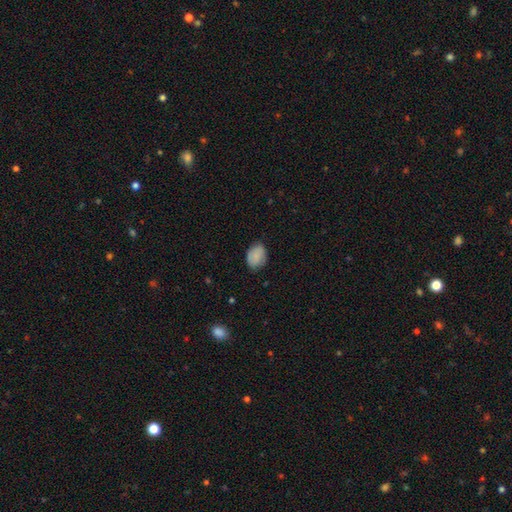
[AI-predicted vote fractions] A smooth galaxy with no disk features (84%) that is in between round and cigar-shaped (71%).

Vote fractions:
- Smooth or featured? smooth: 84% / featured or disk: 9% / star or artifact: 7%
- How rounded? in between: 71% / round: 28% / cigar-shaped: 1%
- Merging? none: 76% / minor disturbance: 19% / major disturbance: 3% / merger: 1%